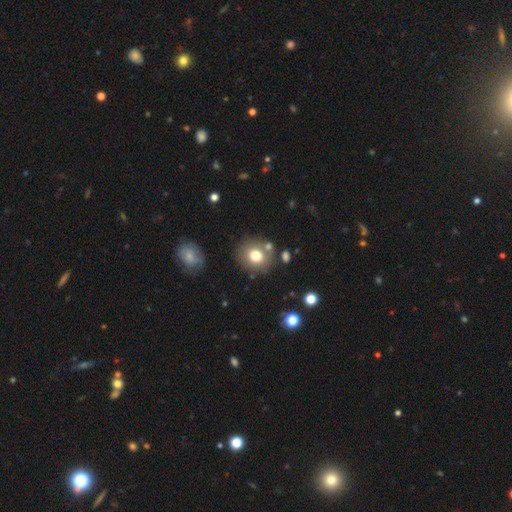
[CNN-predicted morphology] smooth 75%, featured or disk 14%, star or artifact 11%. Down the decision tree: how rounded — round (80%); merging — none (75%).